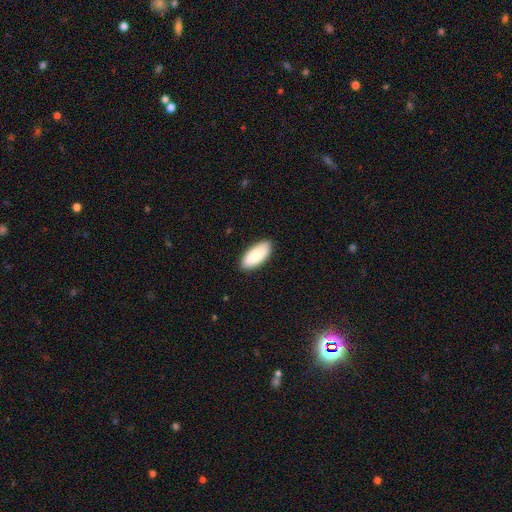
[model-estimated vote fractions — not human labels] Smooth or featured? Predicted: smooth (p=0.86). How rounded? Predicted: in between (p=0.90). Merging? Predicted: none (p=0.88).